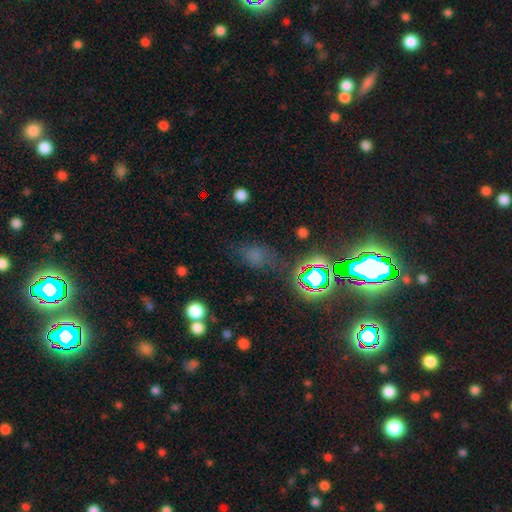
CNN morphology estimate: type=smooth (52%); roundness=in between (65%); merging=none (66%).